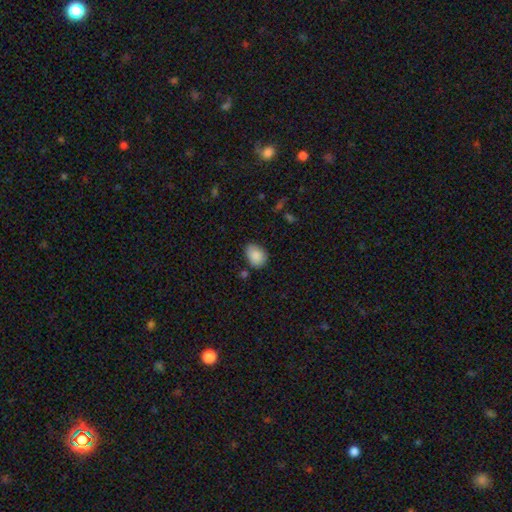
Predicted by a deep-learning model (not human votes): A smooth galaxy with no disk features (88%) that is in between round and cigar-shaped (71%). Merging: none (72%).